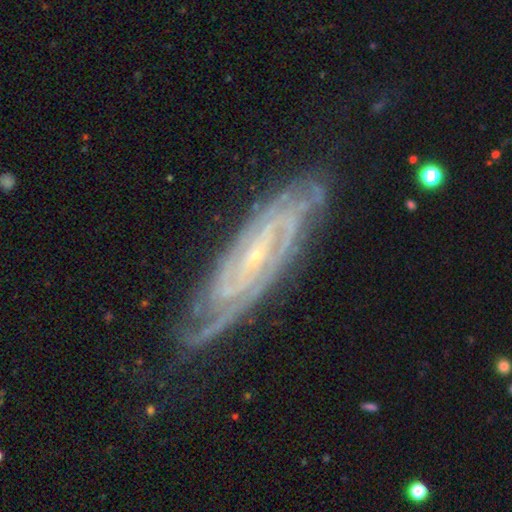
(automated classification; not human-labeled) The model was most divided on "spiral arm count": 2: 28%, can't tell: 27%, 3: 18%, 4: 13%, more than 4: 8%, 1: 7%. Remaining: spiral arms — yes (97%); smooth or featured — featured or disk (89%); edge-on disk — no (86%); bulge size — small (81%); merging — none (74%); spiral winding — tight (69%); bar — weak (40%).